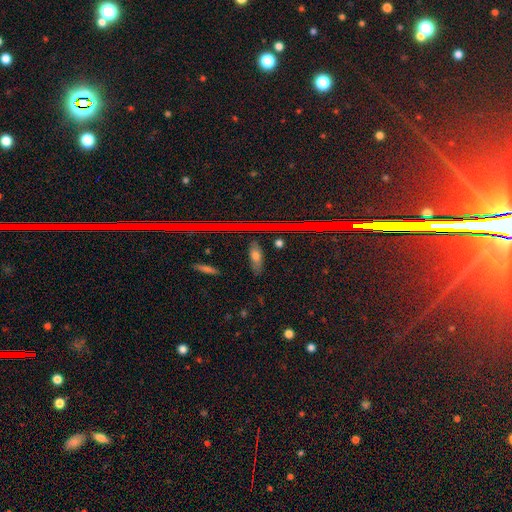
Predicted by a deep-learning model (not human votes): Q: Smooth or featured?
A: smooth (61%); runner-up: star or artifact (19%)
Q: How rounded?
A: in between (70%); runner-up: cigar-shaped (23%)
Q: Merging?
A: none (80%); runner-up: minor disturbance (14%)